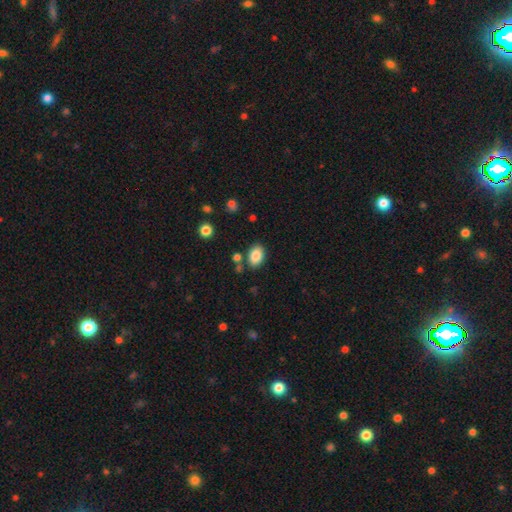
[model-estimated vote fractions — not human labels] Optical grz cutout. It shows a smooth galaxy with no disk features (86%) that is in between round and cigar-shaped (84%). Merging: none (80%).